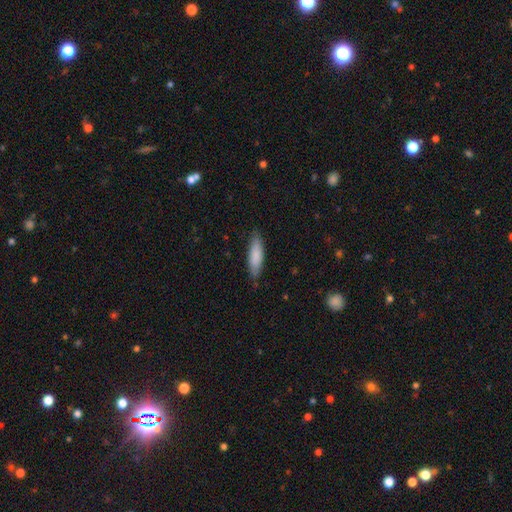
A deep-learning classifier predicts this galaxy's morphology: This appears to be a smooth galaxy with no disk features (84%) that is cigar-shaped (63%). Merging: none (83%).